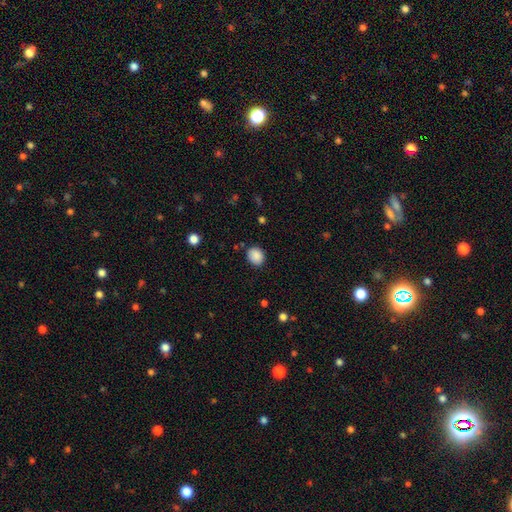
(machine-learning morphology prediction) smooth 88%, star or artifact 8%, featured or disk 4%. Down the decision tree: how rounded — round (64%); merging — none (85%).